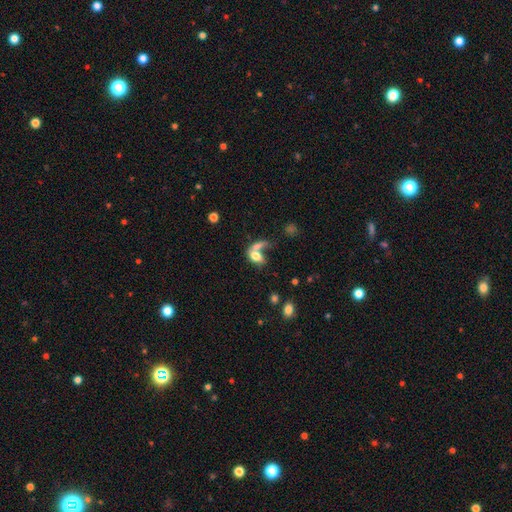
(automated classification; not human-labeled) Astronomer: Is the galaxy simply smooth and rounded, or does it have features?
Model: smooth — 68%.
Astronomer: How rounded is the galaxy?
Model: in between — 78%.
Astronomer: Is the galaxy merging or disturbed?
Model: merger — 52%.